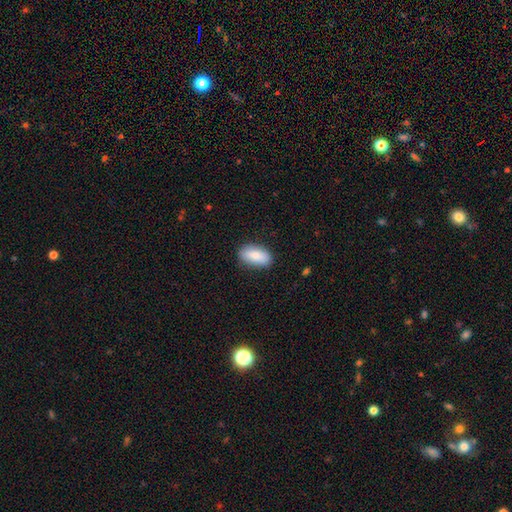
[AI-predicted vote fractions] This appears to be a smooth galaxy with no disk features (85%) that is in between round and cigar-shaped (91%). Merging: none (82%).